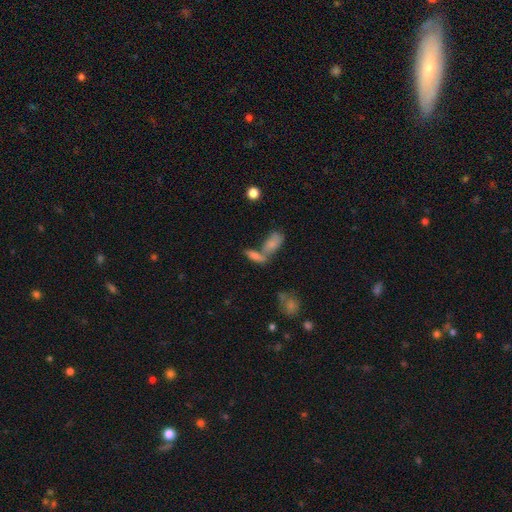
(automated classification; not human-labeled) smooth_or_featured: smooth (p=0.67) [alt: featured or disk p=0.20]
how_rounded: in between (p=0.60) [alt: cigar-shaped p=0.35]
merging: merger (p=0.49) [alt: none p=0.38]